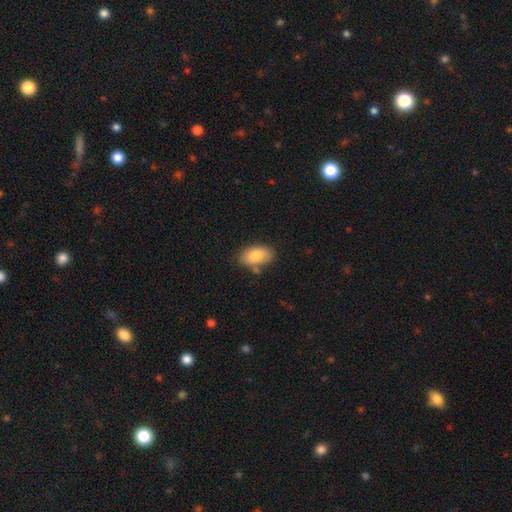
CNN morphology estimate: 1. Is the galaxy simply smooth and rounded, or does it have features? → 84% smooth, 9% featured or disk, 7% star or artifact.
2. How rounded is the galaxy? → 93% in between, 5% round, 2% cigar-shaped.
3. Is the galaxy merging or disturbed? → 73% none, 17% minor disturbance, 6% merger, 4% major disturbance.